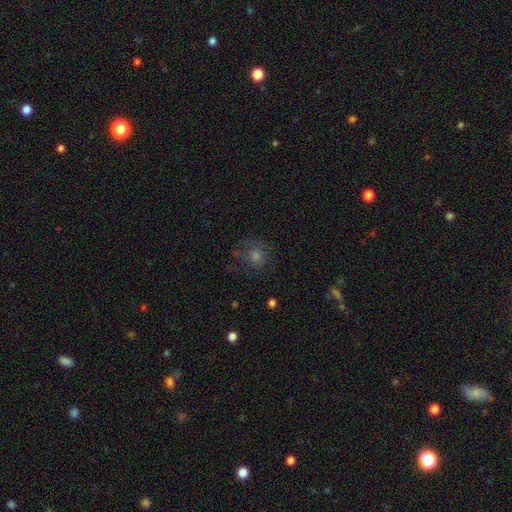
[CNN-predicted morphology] Smooth or featured? Predicted: smooth (p=0.57). How rounded? Predicted: round (p=0.85). Merging? Predicted: none (p=0.69).